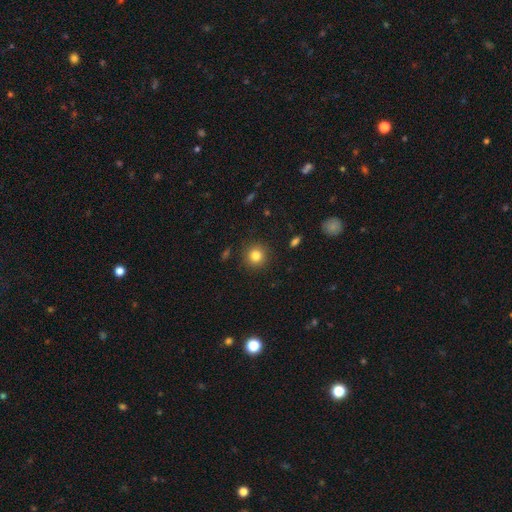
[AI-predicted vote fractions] Smooth or featured? Predicted: smooth (p=0.82). How rounded? Predicted: round (p=0.93). Merging? Predicted: none (p=0.90).